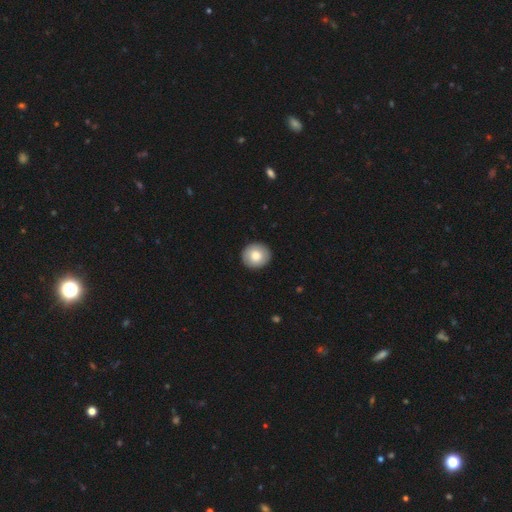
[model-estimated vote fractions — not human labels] Smooth or featured? Predicted: smooth (p=0.80). How rounded? Predicted: round (p=0.88). Merging? Predicted: none (p=0.91).